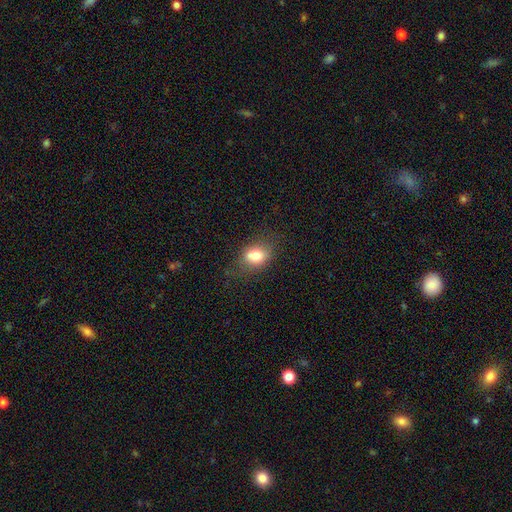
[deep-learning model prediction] A smooth galaxy with no disk features (76%) that is in between round and cigar-shaped (63%). Merging: none (64%).